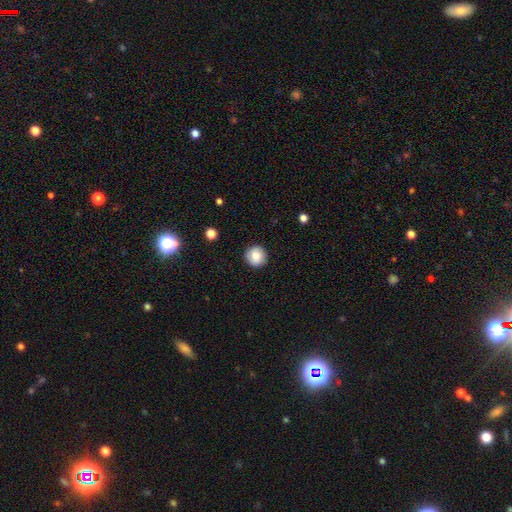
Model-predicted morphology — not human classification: smooth-or-featured: smooth: 82% | featured or disk: 10% | star or artifact: 9%
  how-rounded: round: 94% | in between: 5% | cigar-shaped: 1%
  merging: none: 91% | minor disturbance: 6% | major disturbance: 2% | merger: 1%